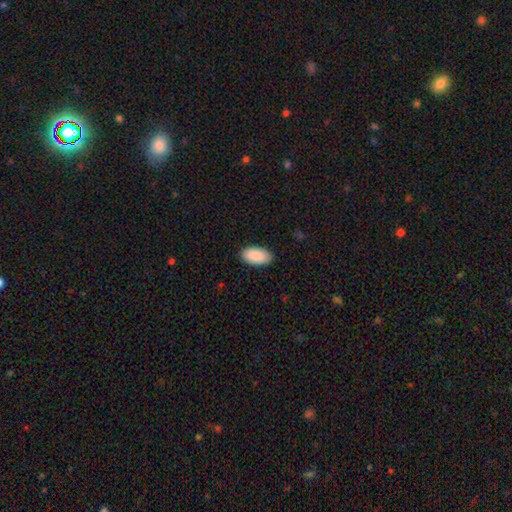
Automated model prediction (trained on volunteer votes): Smooth or featured? smooth (90%)
How rounded? in between (96%)
Merging? none (88%)